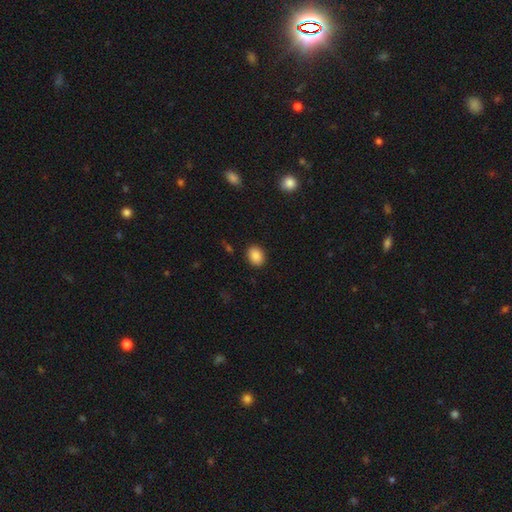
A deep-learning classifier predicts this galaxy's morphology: A smooth galaxy with no disk features (88%) that is in between round and cigar-shaped (62%). Merging: none (89%).